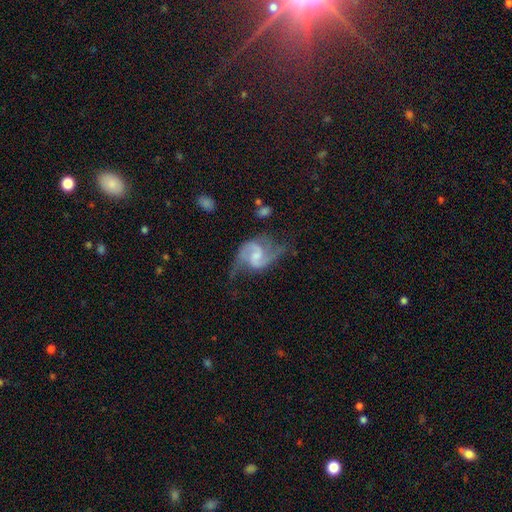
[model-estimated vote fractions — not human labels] This appears to be a featured or disk galaxy (86%) with a weak bar (57%), 2 (91%) medium (47%) spiral arms (96%) and a small central bulge (37%). Merging: none (53%).